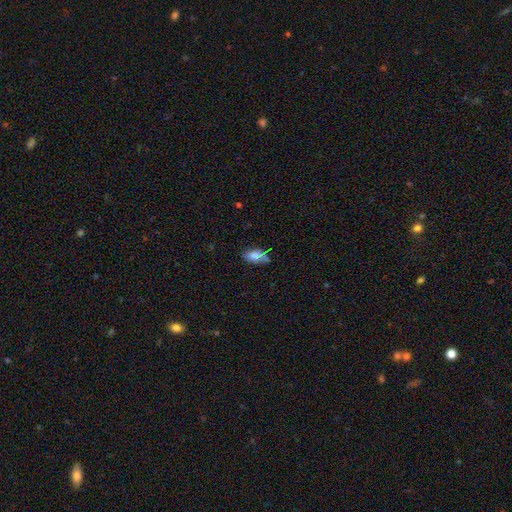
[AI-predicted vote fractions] smooth-or-featured: smooth: 74% | star or artifact: 13% | featured or disk: 12%
  how-rounded: in between: 86% | cigar-shaped: 10% | round: 5%
  merging: none: 64% | minor disturbance: 23% | merger: 7% | major disturbance: 6%